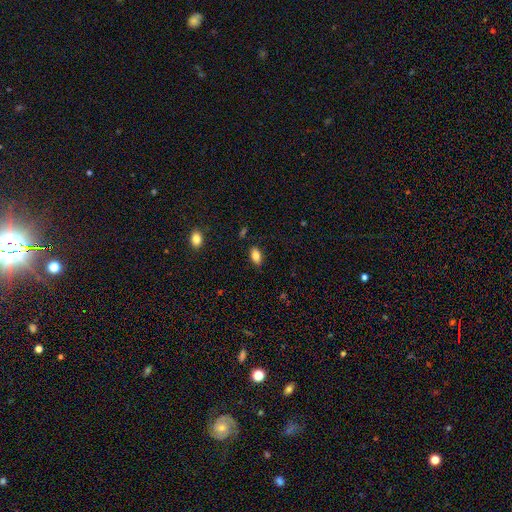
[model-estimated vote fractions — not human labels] This is clearly a smooth galaxy (82%). How rounded: clearly in between (90%). Merging: clearly none (85%).